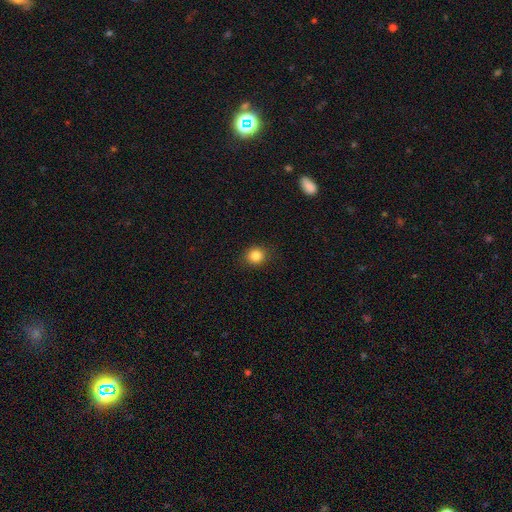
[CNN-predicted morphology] A smooth galaxy with no disk features (85%) that is round (83%).

Vote fractions:
- Smooth or featured? smooth: 85% / star or artifact: 11% / featured or disk: 5%
- How rounded? round: 83% / in between: 16% / cigar-shaped: 1%
- Merging? none: 90% / minor disturbance: 7% / major disturbance: 2% / merger: 1%